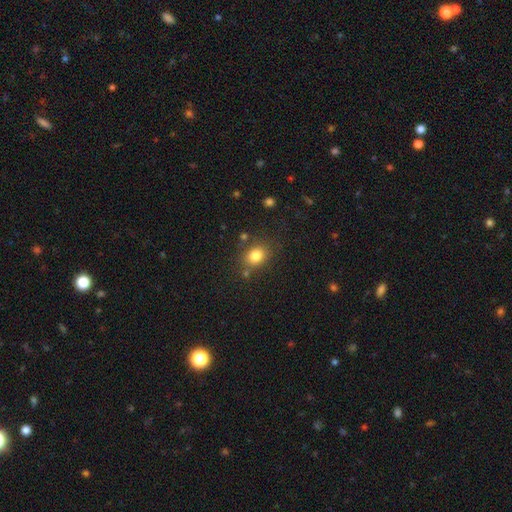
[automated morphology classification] Smooth or featured: smooth — 81% (star or artifact — 12%)
How rounded: round — 53% (in between — 46%)
Merging: none — 76% (minor disturbance — 13%)